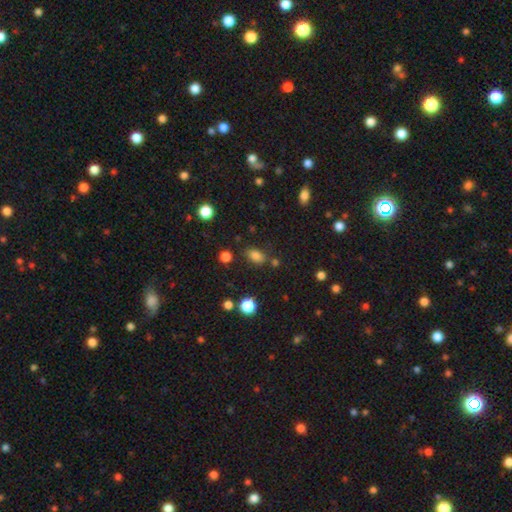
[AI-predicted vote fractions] Smooth or featured? Predicted: smooth (p=0.80). How rounded? Predicted: in between (p=0.82). Merging? Predicted: none (p=0.74).